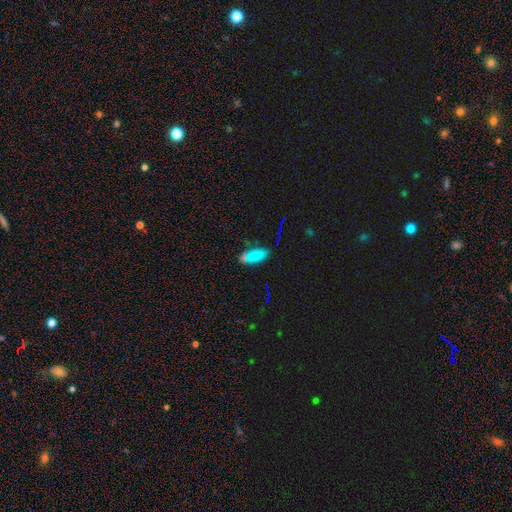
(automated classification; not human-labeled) This appears to be a smooth galaxy with no disk features (74%) that is in between round and cigar-shaped (84%). Merging: none (64%).